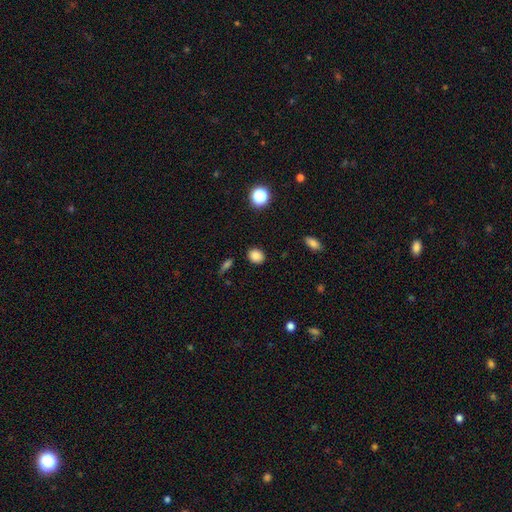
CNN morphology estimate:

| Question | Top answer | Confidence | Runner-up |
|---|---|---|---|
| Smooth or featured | smooth | 84% | star or artifact (11%) |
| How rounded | round | 57% | in between (42%) |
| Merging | none | 88% | minor disturbance (8%) |